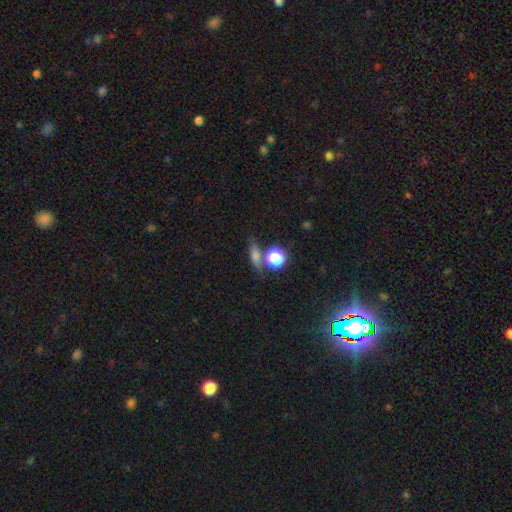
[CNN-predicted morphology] Overall: smooth (63%). How rounded: cigar-shaped (42%; in between 33%). Merging: none (68%).